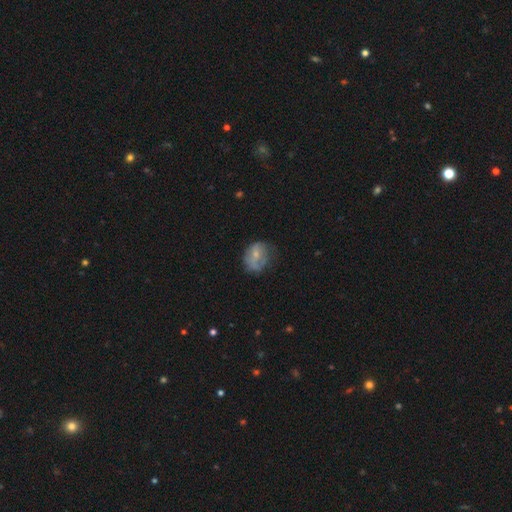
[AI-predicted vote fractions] Smooth or featured: smooth — 54% (featured or disk — 36%)
How rounded: in between — 58% (round — 41%)
Merging: none — 45% (minor disturbance — 32%)